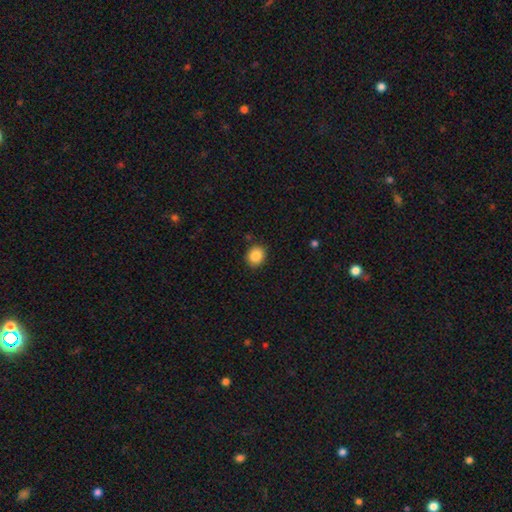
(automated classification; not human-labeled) A smooth galaxy with no disk features (85%) that is round (66%). Merging: none (88%).